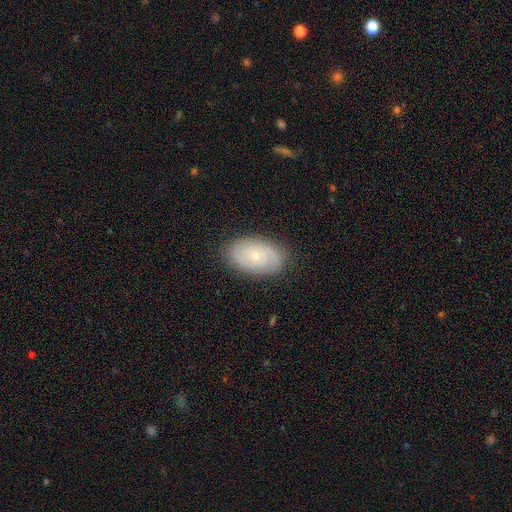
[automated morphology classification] smooth-or-featured: smooth: 51% | featured or disk: 42% | star or artifact: 7%
  how-rounded: in between: 91% | round: 8% | cigar-shaped: 1%
  merging: none: 84% | minor disturbance: 12% | major disturbance: 3% | merger: 1%